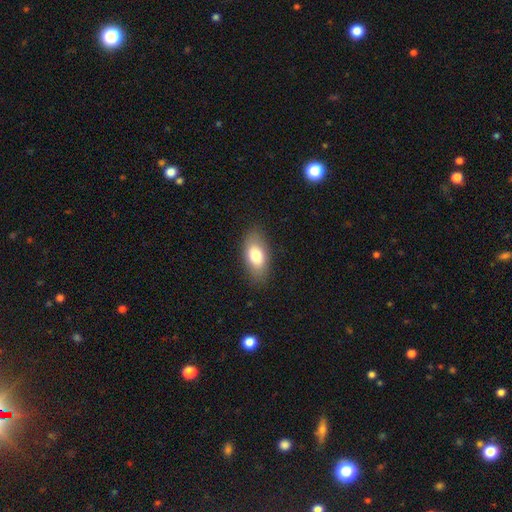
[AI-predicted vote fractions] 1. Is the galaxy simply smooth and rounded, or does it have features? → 76% smooth, 17% featured or disk, 7% star or artifact.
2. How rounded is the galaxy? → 88% in between, 7% cigar-shaped, 5% round.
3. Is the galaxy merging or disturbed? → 84% none, 12% minor disturbance, 3% major disturbance, 1% merger.